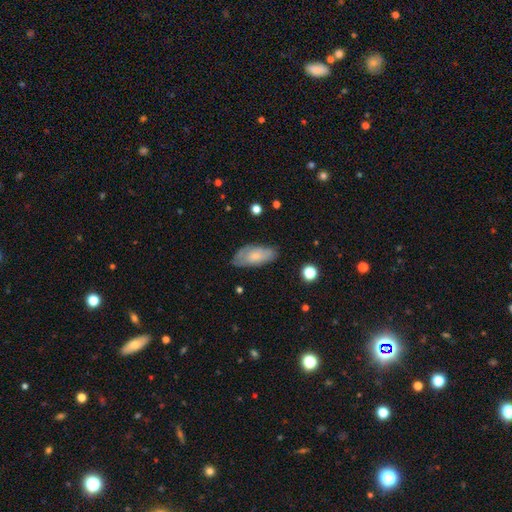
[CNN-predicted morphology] Q: Smooth or featured?
A: smooth (65%); runner-up: featured or disk (28%)
Q: How rounded?
A: in between (88%); runner-up: cigar-shaped (10%)
Q: Merging?
A: none (72%); runner-up: minor disturbance (22%)